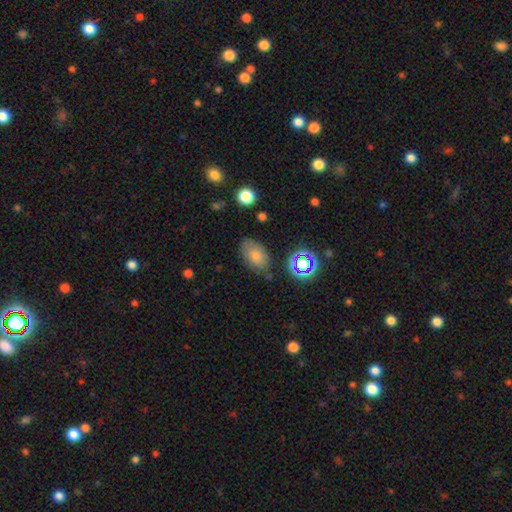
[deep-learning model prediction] Smooth or featured? Predicted: smooth (p=0.68). How rounded? Predicted: in between (p=0.87). Merging? Predicted: none (p=0.75).